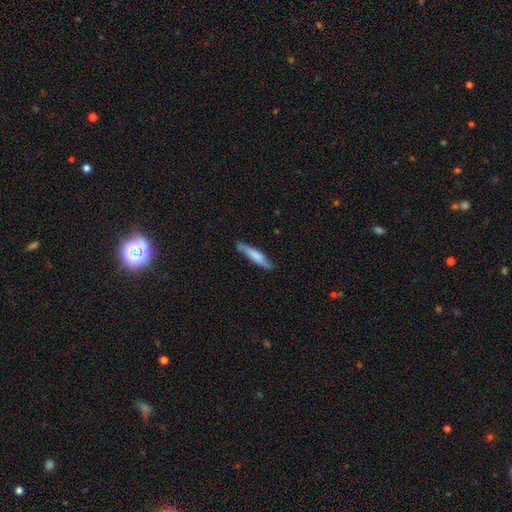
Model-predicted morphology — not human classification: Smooth or featured? Predicted: smooth (p=0.62). How rounded? Predicted: cigar-shaped (p=0.88). Merging? Predicted: none (p=0.79).